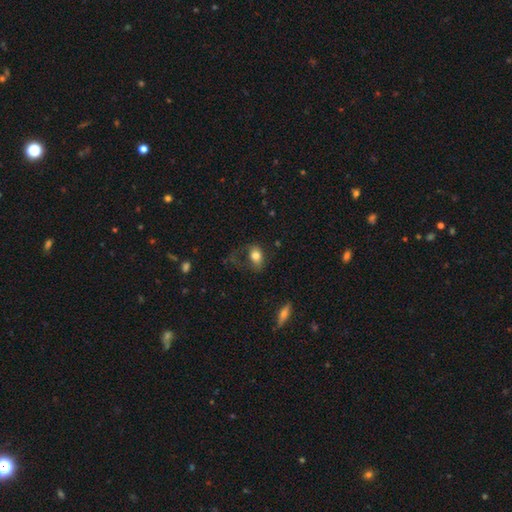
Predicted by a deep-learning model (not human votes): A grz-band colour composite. It shows a smooth galaxy with no disk features (77%) that is in between round and cigar-shaped (80%). Merging: none (39%).